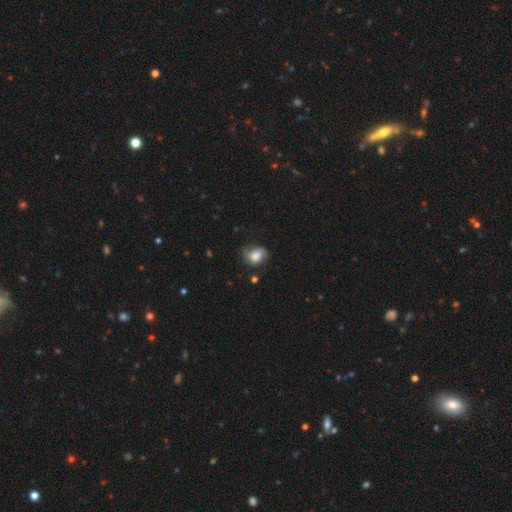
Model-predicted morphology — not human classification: This appears to be a smooth galaxy with no disk features (60%) that is in between round and cigar-shaped (57%). Merging: none (56%).